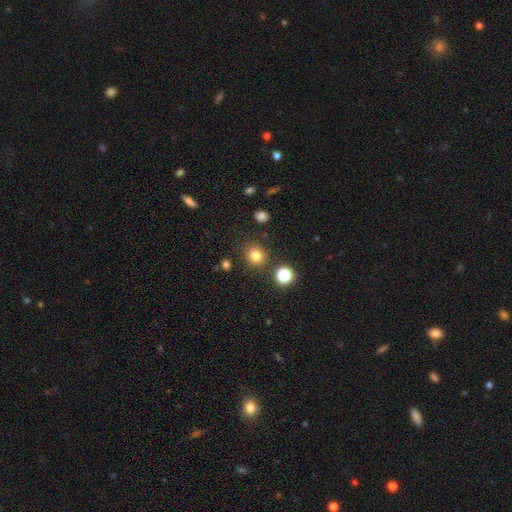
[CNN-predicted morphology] A smooth galaxy with no disk features (78%) that is round (84%). Merging: none (86%).